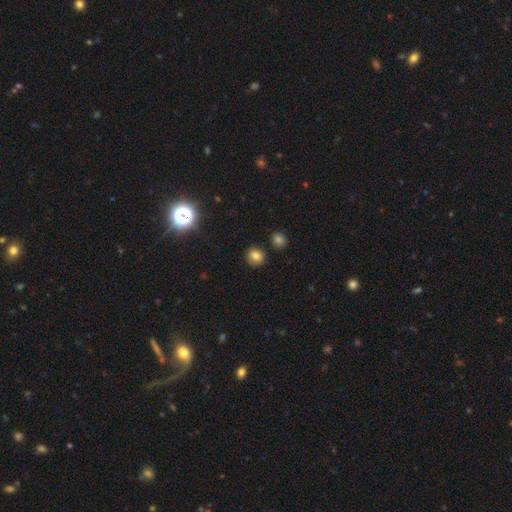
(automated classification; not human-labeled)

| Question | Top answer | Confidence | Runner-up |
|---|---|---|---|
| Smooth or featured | smooth | 79% | star or artifact (14%) |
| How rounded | round | 87% | in between (12%) |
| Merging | none | 87% | minor disturbance (7%) |